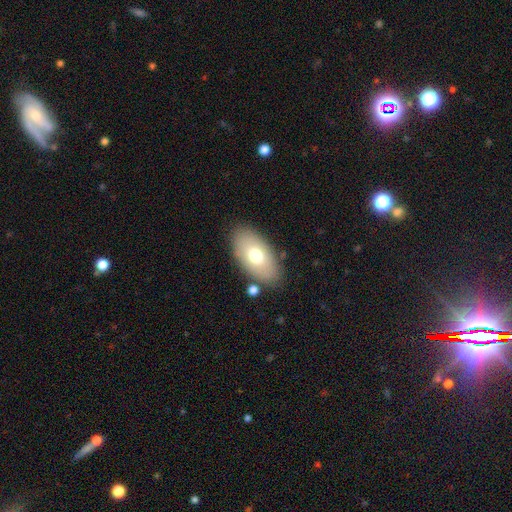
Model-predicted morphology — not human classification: Smooth or featured: smooth — 70% (featured or disk — 23%)
How rounded: in between — 93% (round — 4%)
Merging: none — 82% (minor disturbance — 11%)